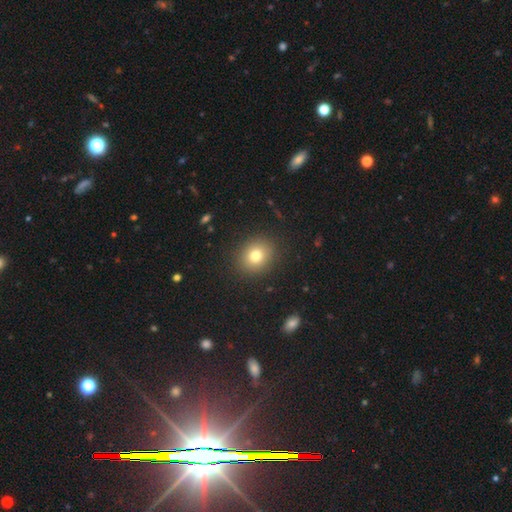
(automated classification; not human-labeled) Smooth or featured: smooth — 78% (star or artifact — 12%)
How rounded: round — 75% (in between — 24%)
Merging: none — 89% (minor disturbance — 7%)